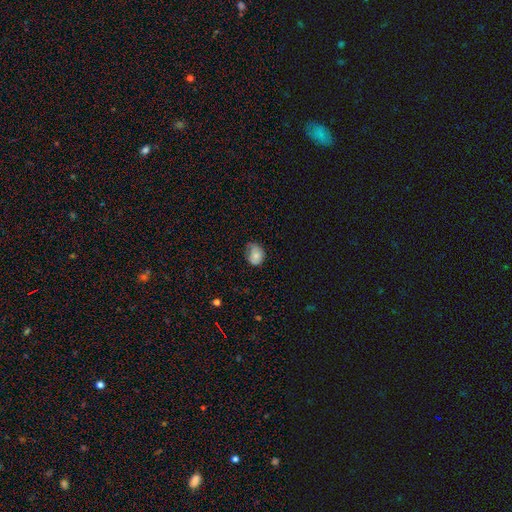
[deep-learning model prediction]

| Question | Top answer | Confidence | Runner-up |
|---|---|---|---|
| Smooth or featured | smooth | 74% | featured or disk (17%) |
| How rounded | in between | 56% | round (43%) |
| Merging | none | 44% | minor disturbance (39%) |